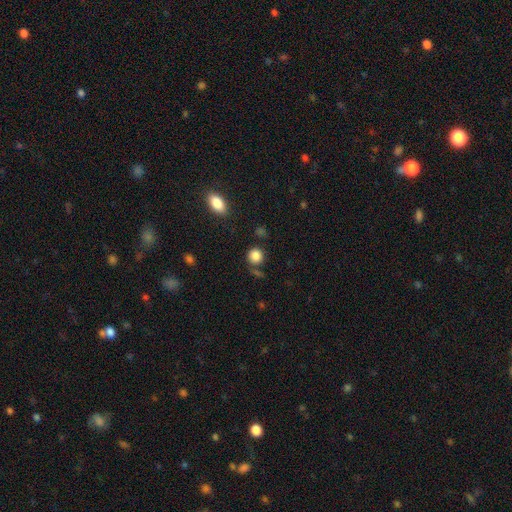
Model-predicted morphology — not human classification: Smooth or featured? Predicted: smooth (p=0.85). How rounded? Predicted: round (p=0.89). Merging? Predicted: none (p=0.77).